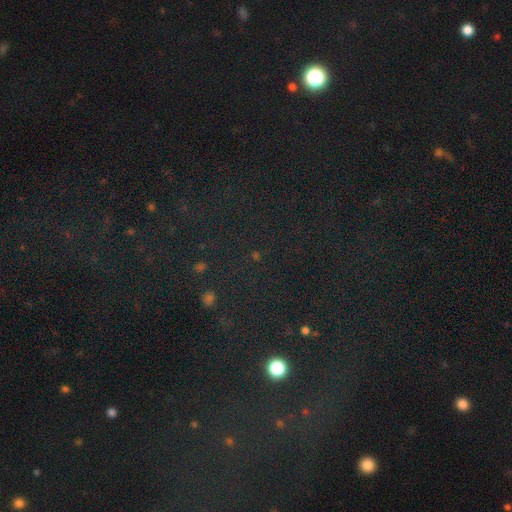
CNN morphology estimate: The model was most divided on "smooth or featured": star or artifact: 76%, smooth: 16%, featured or disk: 8%.